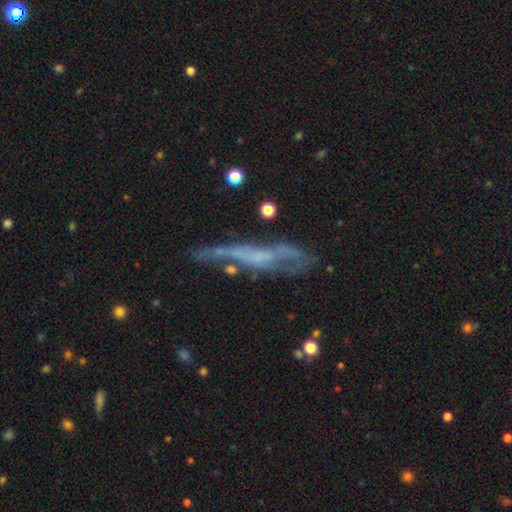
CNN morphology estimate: Smooth or featured: featured or disk — 63% (smooth — 27%)
Edge-on disk: yes — 62% (no — 38%)
Merging: none — 52% (minor disturbance — 24%)